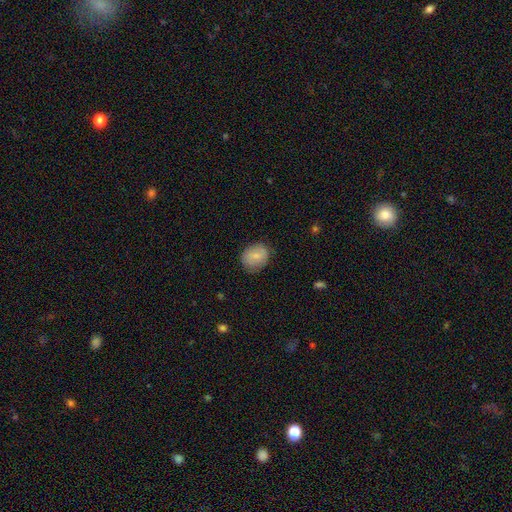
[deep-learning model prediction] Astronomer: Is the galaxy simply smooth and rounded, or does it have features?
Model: smooth — 74%.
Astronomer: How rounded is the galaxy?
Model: round — 62% (runner-up: in between, 37%).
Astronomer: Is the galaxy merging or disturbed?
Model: none — 76%.